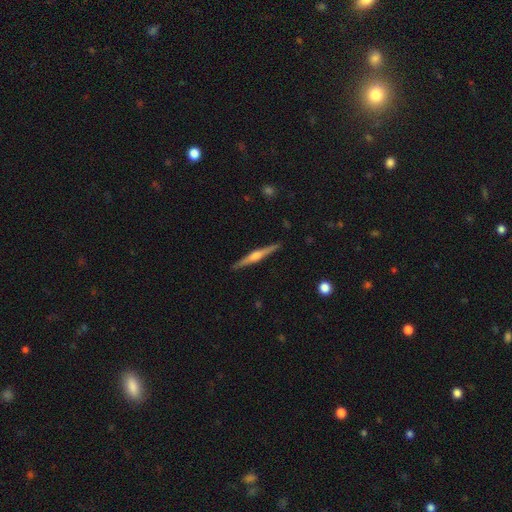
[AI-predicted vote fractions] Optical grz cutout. It shows a featured or disk galaxy (76%) viewed edge-on (99%) with a rounded central bulge (83%). Merging: none (92%).